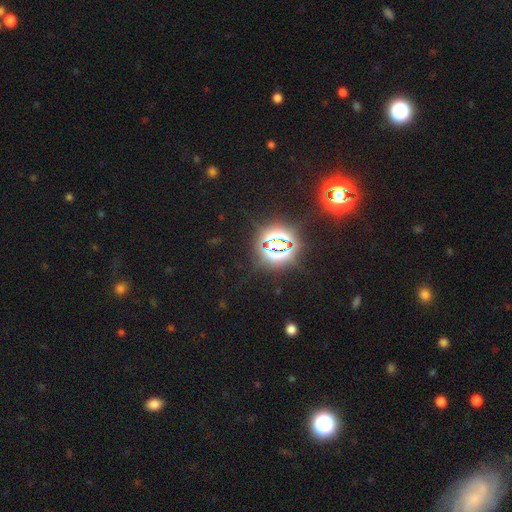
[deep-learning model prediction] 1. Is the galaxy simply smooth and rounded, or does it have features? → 82% star or artifact, 12% smooth, 6% featured or disk.